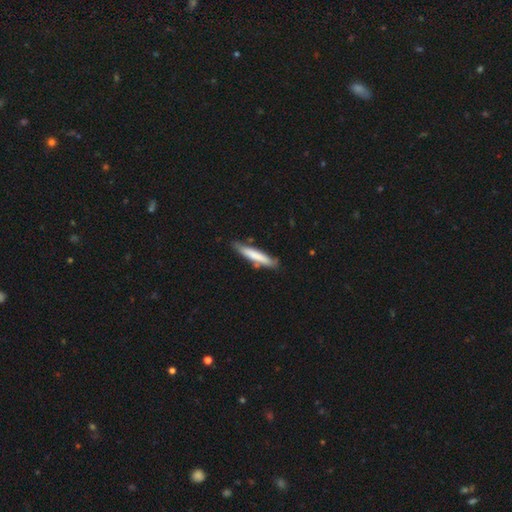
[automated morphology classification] Smooth or featured: smooth — 71% (featured or disk — 23%)
How rounded: cigar-shaped — 91% (in between — 8%)
Merging: none — 75% (minor disturbance — 17%)